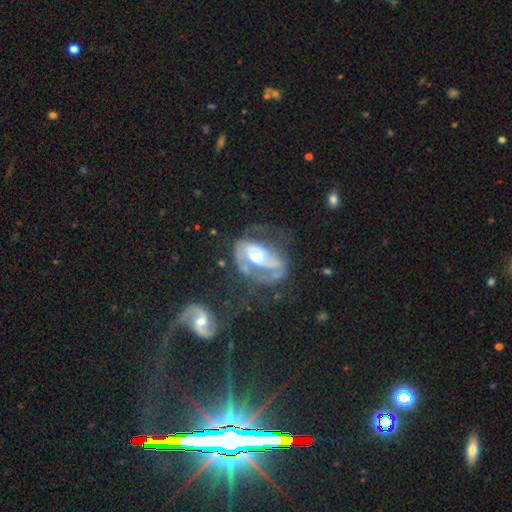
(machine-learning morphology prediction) Smooth or featured? Predicted: featured or disk (p=0.79). Edge-on disk? Predicted: no (p=0.96). Bar? Predicted: no (p=0.50). Spiral arms? Predicted: yes (p=0.79). Spiral winding? Predicted: medium (p=0.42). Spiral arm count? Predicted: 2 (p=0.51). Bulge size? Predicted: moderate (p=0.51). Merging? Predicted: major disturbance (p=0.39).